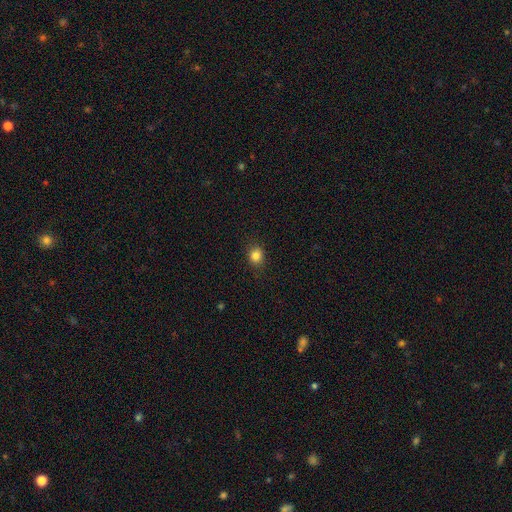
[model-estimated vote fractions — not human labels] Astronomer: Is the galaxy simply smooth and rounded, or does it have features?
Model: smooth — 83%.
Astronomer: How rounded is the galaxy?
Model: round — 67%.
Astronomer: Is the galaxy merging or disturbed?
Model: none — 85%.